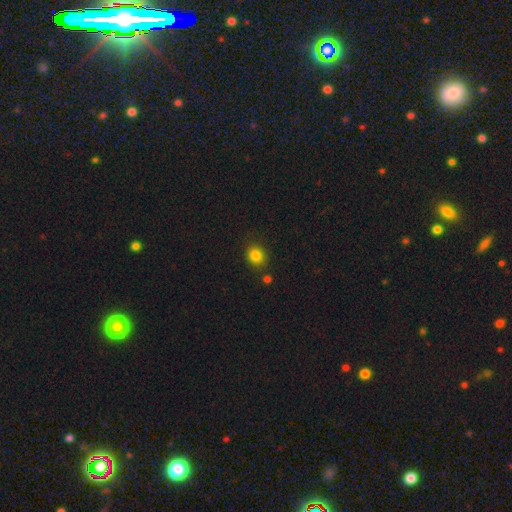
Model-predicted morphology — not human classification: smooth 82%, star or artifact 13%, featured or disk 5%. Down the decision tree: how rounded — round (70%); merging — none (84%).